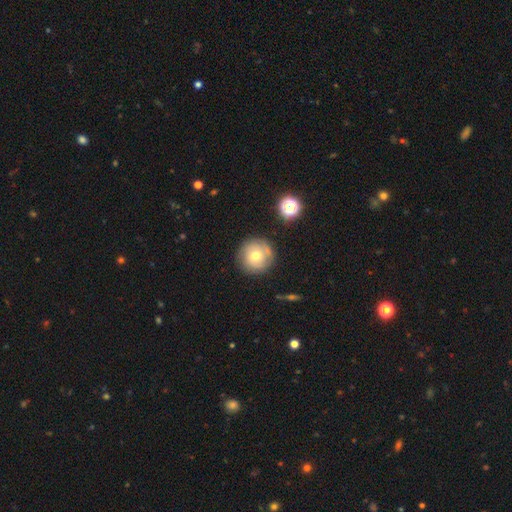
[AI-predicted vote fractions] Q: Smooth or featured?
A: smooth (56%); runner-up: featured or disk (33%)
Q: How rounded?
A: round (94%); runner-up: in between (5%)
Q: Merging?
A: none (78%); runner-up: minor disturbance (14%)